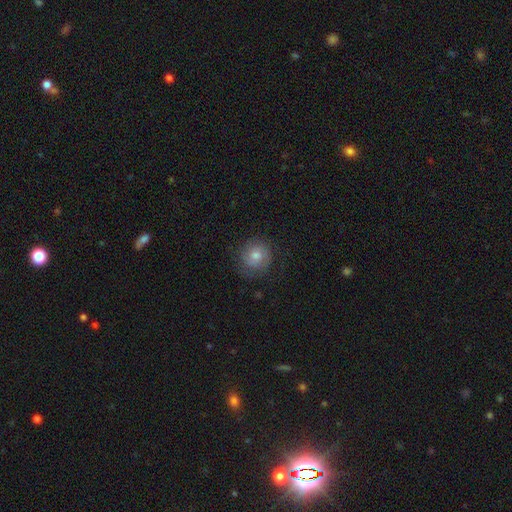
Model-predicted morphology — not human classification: Overall: featured or disk (46%; smooth 42%). Merging: none (78%).